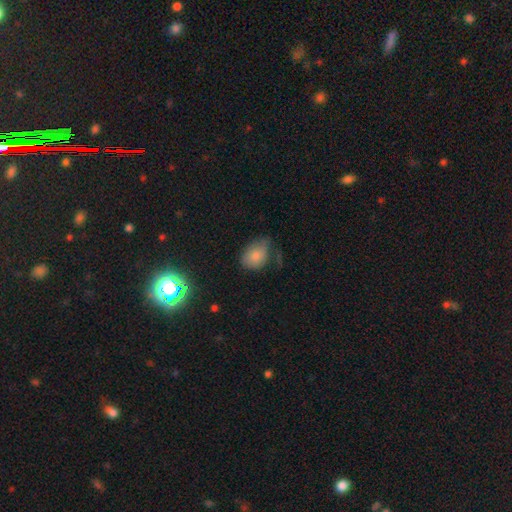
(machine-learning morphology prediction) type=smooth (81%); roundness=in between (74%); merging=none (45%).